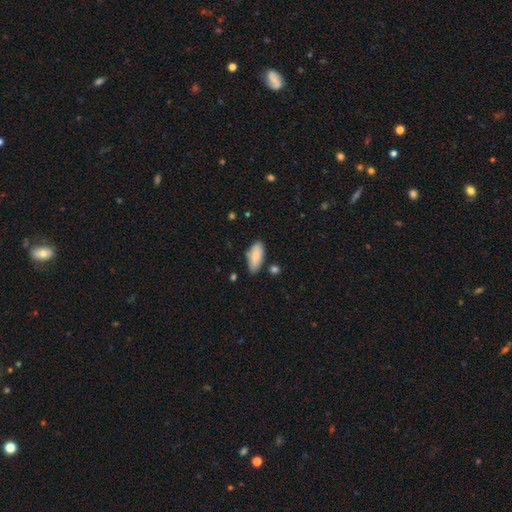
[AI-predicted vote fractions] The model was most divided on "merging": none: 73%, minor disturbance: 20%, merger: 4%, major disturbance: 3%. More confident: how rounded — in between (88%); smooth or featured — smooth (81%).